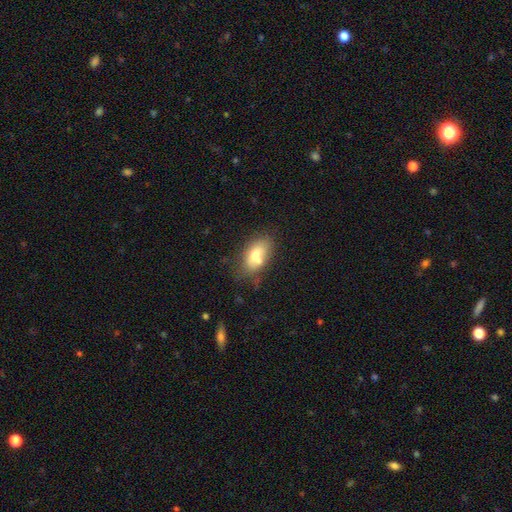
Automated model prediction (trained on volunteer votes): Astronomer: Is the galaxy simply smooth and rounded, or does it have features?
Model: smooth — 68%.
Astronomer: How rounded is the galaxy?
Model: in between — 88%.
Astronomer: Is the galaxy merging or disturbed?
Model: none — 51%.